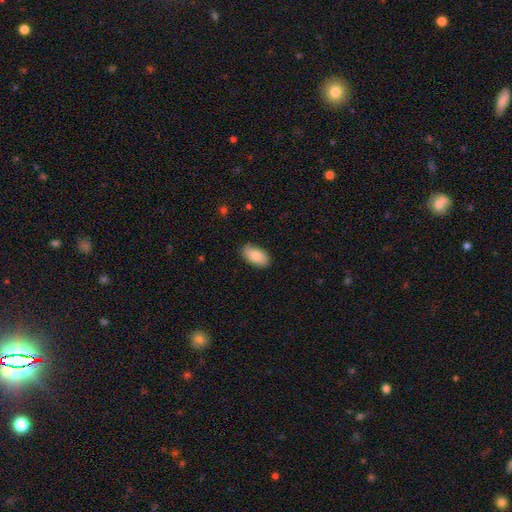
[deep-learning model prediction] smooth-or-featured: smooth: 84% | featured or disk: 10% | star or artifact: 6%
  how-rounded: in between: 95% | round: 3% | cigar-shaped: 2%
  merging: none: 78% | minor disturbance: 18% | major disturbance: 3% | merger: 1%